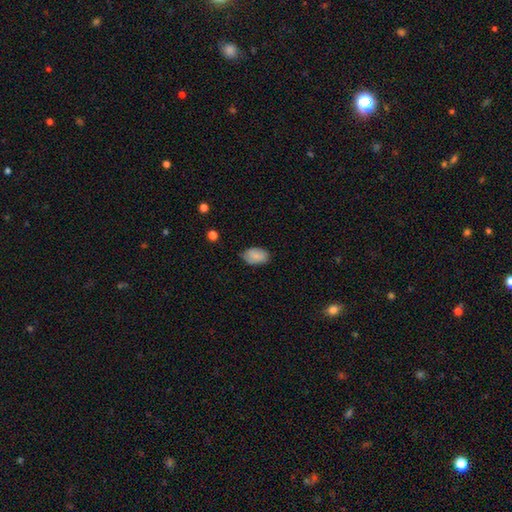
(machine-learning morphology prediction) The model was most divided on "merging": none: 71%, minor disturbance: 24%, major disturbance: 4%, merger: 1%. More confident: how rounded — in between (91%); smooth or featured — smooth (81%).